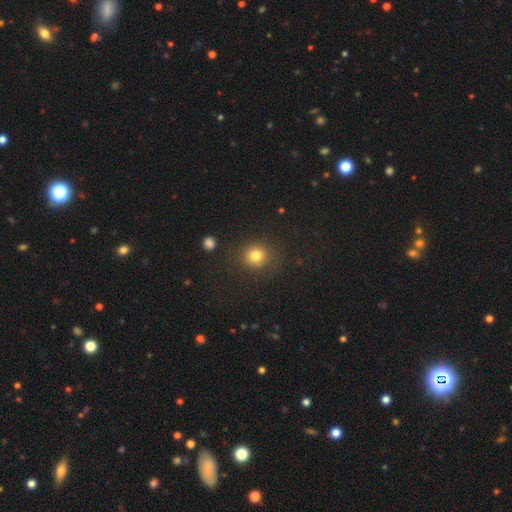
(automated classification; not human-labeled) smooth-or-featured: smooth: 80% | star or artifact: 13% | featured or disk: 6%
  how-rounded: round: 88% | in between: 11% | cigar-shaped: 1%
  merging: none: 85% | minor disturbance: 9% | major disturbance: 4% | merger: 2%